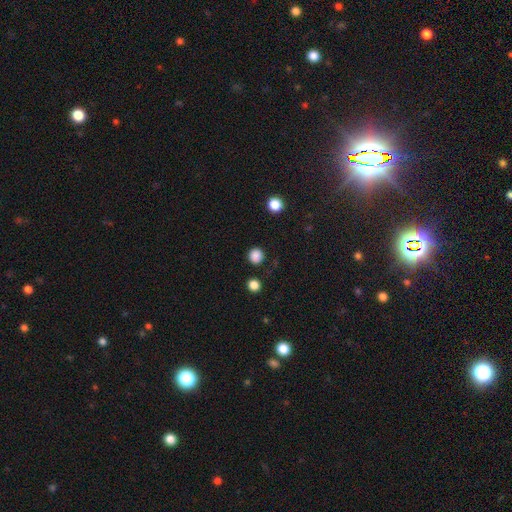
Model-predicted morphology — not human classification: Q: Smooth or featured?
A: smooth (85%); runner-up: star or artifact (12%)
Q: How rounded?
A: round (91%); runner-up: in between (8%)
Q: Merging?
A: none (89%); runner-up: minor disturbance (7%)